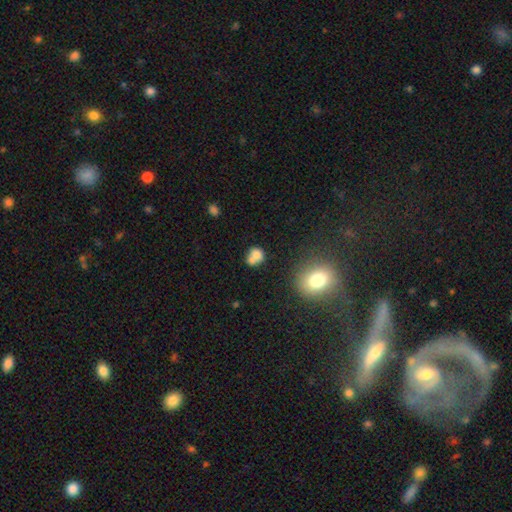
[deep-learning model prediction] A smooth galaxy with no disk features (73%) that is round (69%). Merging: merger (48%).